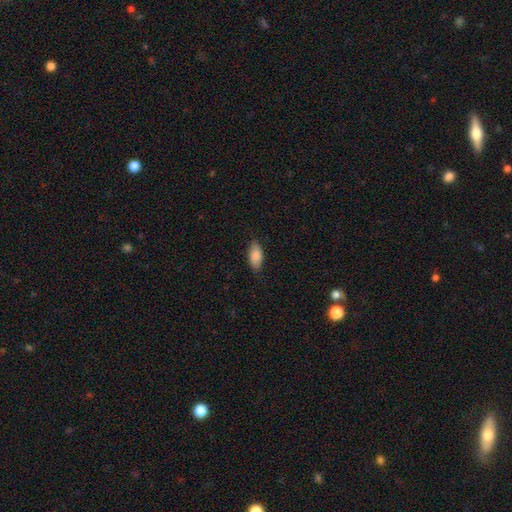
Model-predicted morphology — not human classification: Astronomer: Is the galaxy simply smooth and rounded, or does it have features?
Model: smooth — 85%.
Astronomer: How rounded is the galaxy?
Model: in between — 91%.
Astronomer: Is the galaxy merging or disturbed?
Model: none — 83%.